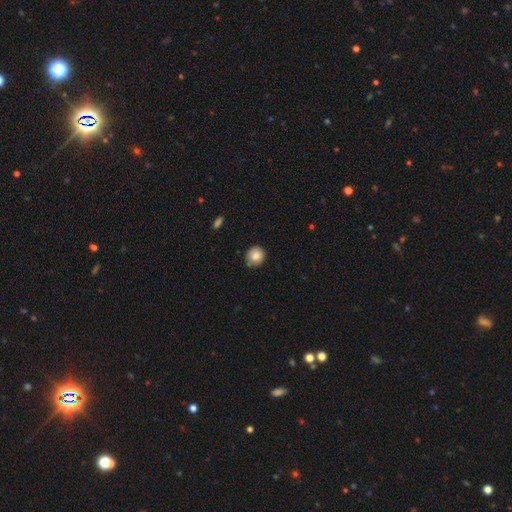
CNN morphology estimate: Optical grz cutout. It shows a smooth galaxy with no disk features (81%) that is round (87%). Merging: none (83%).